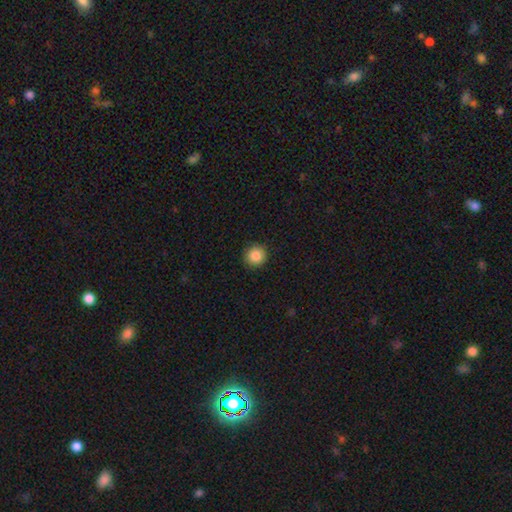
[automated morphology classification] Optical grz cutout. It shows a smooth galaxy with no disk features (86%) that is round (93%). Merging: none (91%).